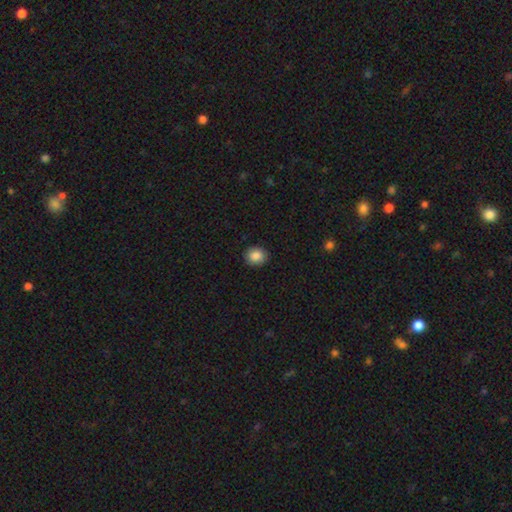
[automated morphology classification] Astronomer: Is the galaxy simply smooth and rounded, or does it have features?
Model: smooth — 87%.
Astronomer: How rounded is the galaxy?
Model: round — 75%.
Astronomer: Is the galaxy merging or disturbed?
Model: none — 89%.